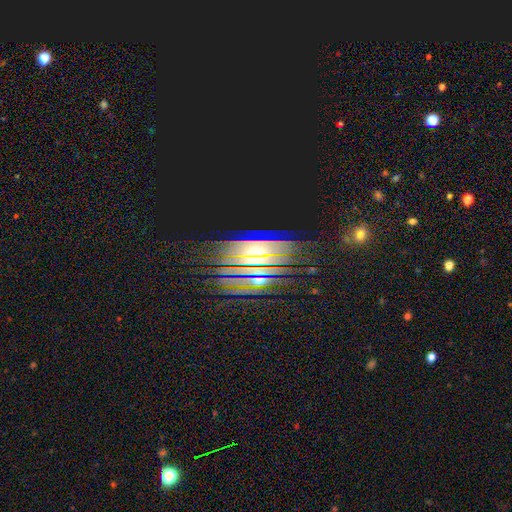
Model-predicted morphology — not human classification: type=star or artifact (45%).